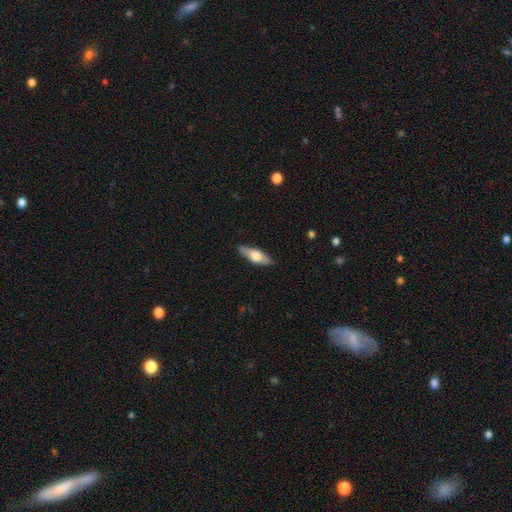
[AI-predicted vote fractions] Smooth or featured? smooth (50%)
How rounded? in between (56%)
Merging? none (87%)